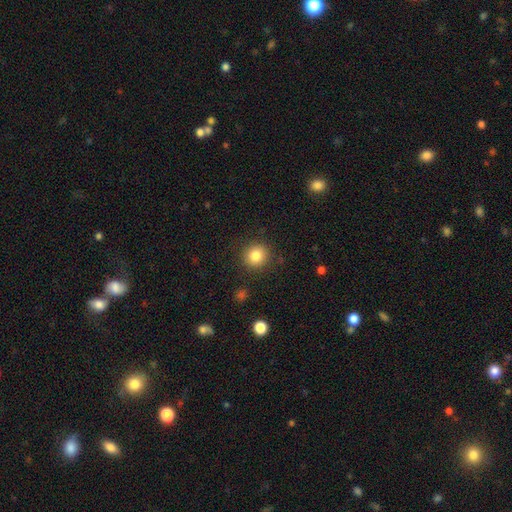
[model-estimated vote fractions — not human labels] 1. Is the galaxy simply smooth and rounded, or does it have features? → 83% smooth, 10% star or artifact, 6% featured or disk.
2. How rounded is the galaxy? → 90% round, 9% in between, 1% cigar-shaped.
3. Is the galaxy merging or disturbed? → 88% none, 8% minor disturbance, 3% major disturbance, 2% merger.